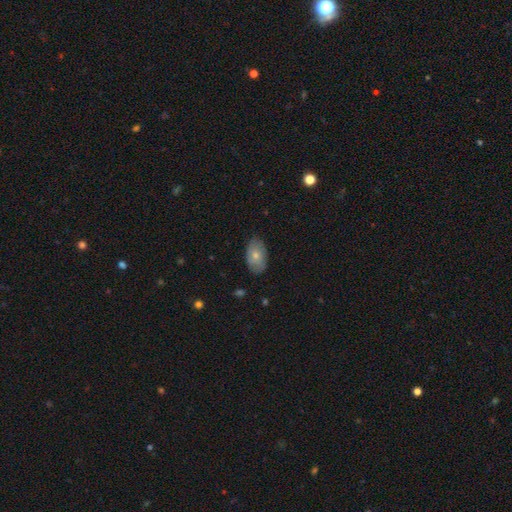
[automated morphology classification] Smooth or featured? Predicted: smooth (p=0.71). How rounded? Predicted: in between (p=0.92). Merging? Predicted: none (p=0.81).